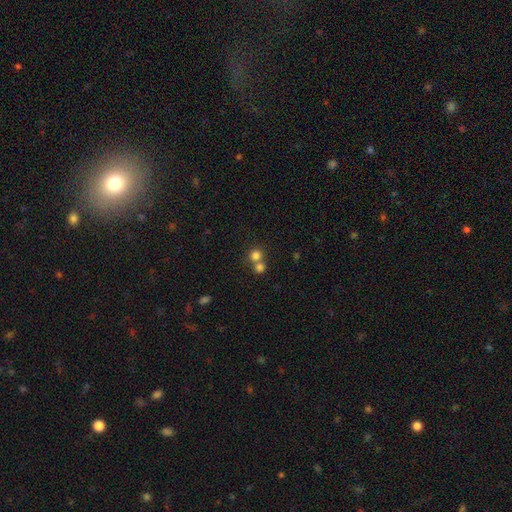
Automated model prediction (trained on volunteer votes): smooth-or-featured: smooth: 78% | star or artifact: 13% | featured or disk: 9%
  how-rounded: round: 88% | in between: 11% | cigar-shaped: 1%
  merging: none: 47% | merger: 45% | minor disturbance: 5% | major disturbance: 3%